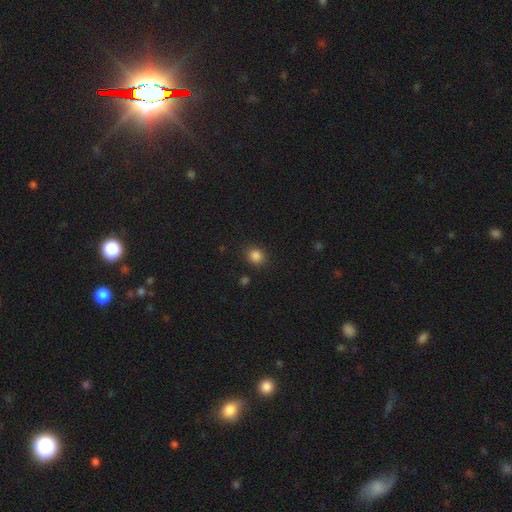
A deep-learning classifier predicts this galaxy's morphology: type=smooth (85%); roundness=round (69%); merging=none (85%).